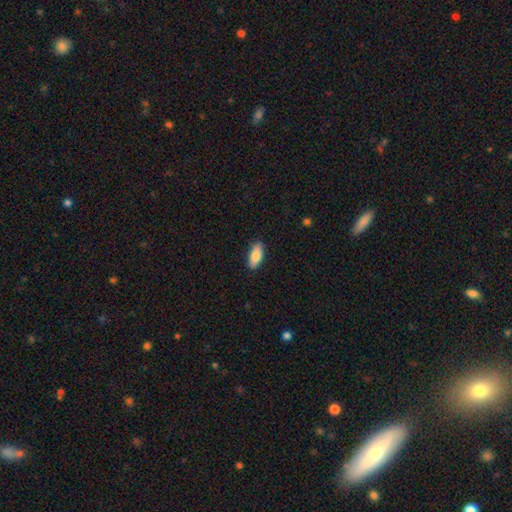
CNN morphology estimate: type=smooth (83%); roundness=in between (78%); merging=none (85%).